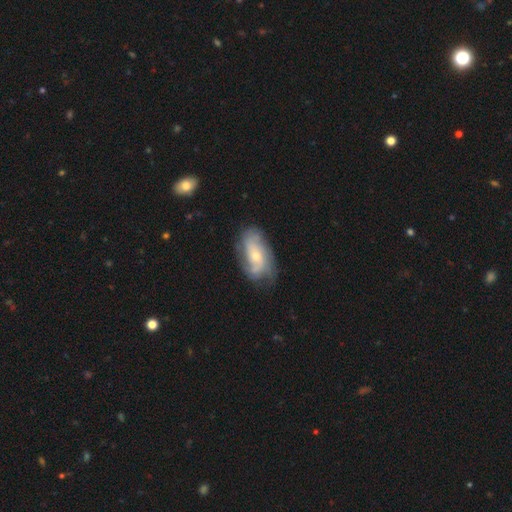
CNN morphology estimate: This appears to be a featured or disk galaxy (68%) with no bar (68%), 2 (37%) medium (39%) spiral arms (87%) and a small central bulge (56%). Merging: none (65%).